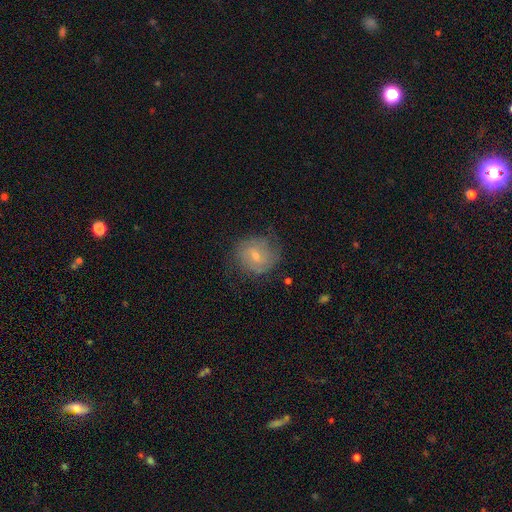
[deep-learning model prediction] A featured or disk galaxy (59%) with no bar (52%), spiral arms (83%) and a small central bulge (59%). Merging: none (71%).